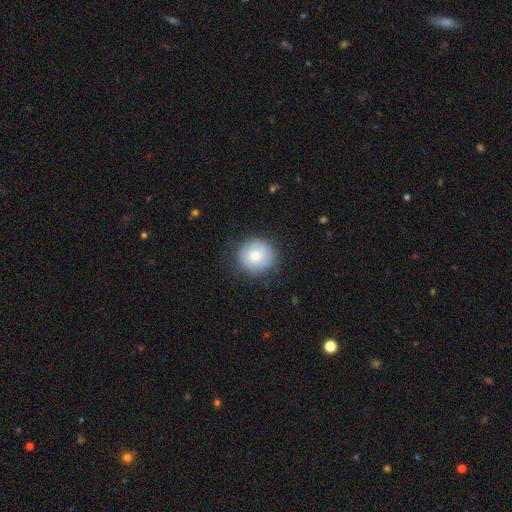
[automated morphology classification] smooth_or_featured: smooth (p=0.75) [alt: featured or disk p=0.18]
how_rounded: round (p=0.88) [alt: in between p=0.11]
merging: none (p=0.77) [alt: minor disturbance p=0.17]